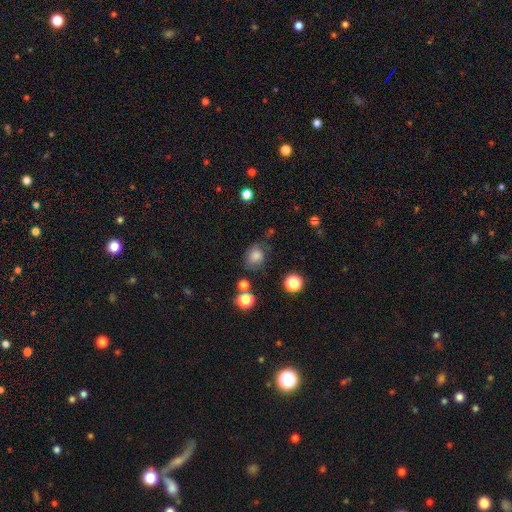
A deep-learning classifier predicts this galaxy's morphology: This appears to be a smooth galaxy with no disk features (80%) that is round (58%). Merging: none (61%).